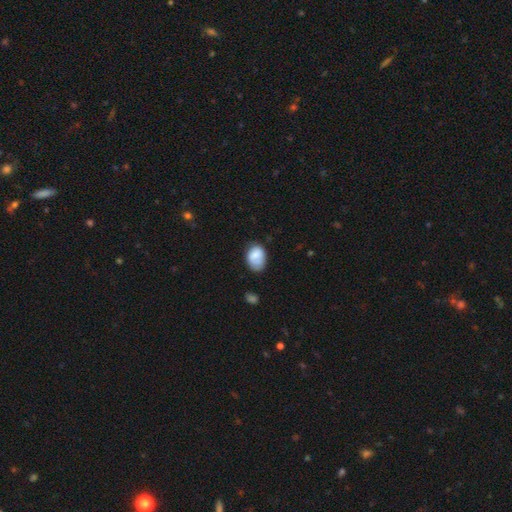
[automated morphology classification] Smooth or featured: smooth — 79% (featured or disk — 13%)
How rounded: in between — 79% (round — 20%)
Merging: none — 53% (minor disturbance — 35%)